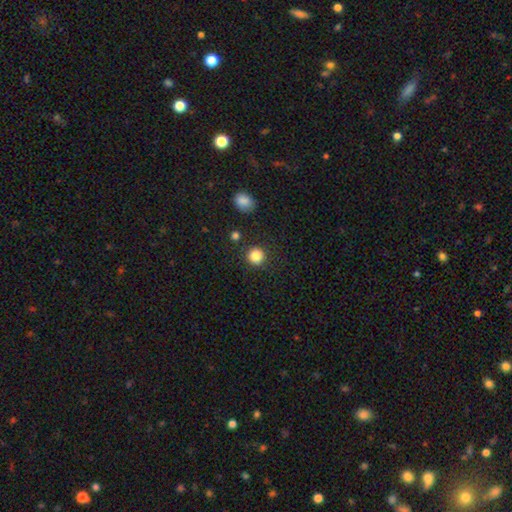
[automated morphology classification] Q: Smooth or featured?
A: smooth (85%); runner-up: star or artifact (11%)
Q: How rounded?
A: round (93%); runner-up: in between (6%)
Q: Merging?
A: none (89%); runner-up: minor disturbance (6%)